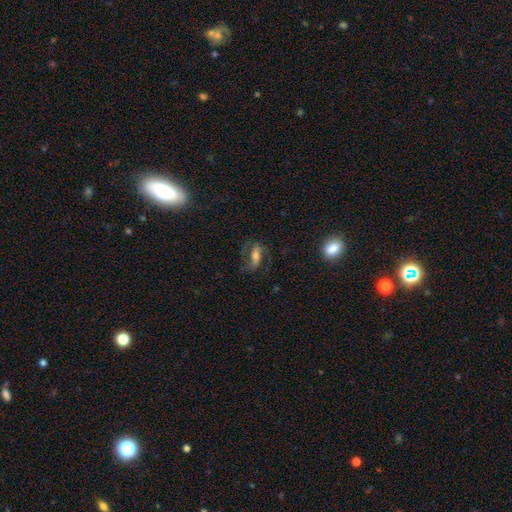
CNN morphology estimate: type=featured or disk (61%); edge-on=no (89%); bar=strong (43%); spiral arms=yes (85%); bulge=moderate (57%); merging=none (65%).